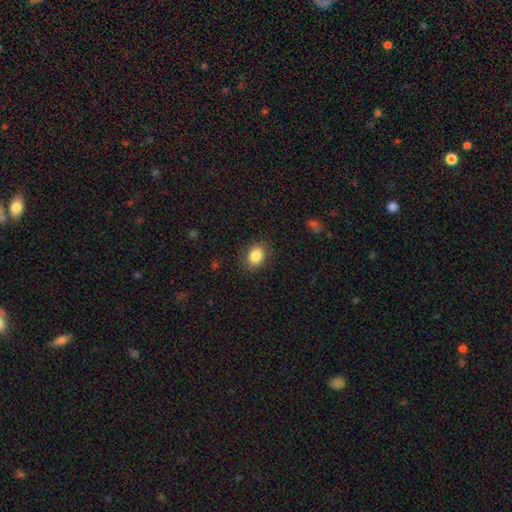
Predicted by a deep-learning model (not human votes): This appears to be a smooth galaxy with no disk features (85%) that is in between round and cigar-shaped (66%). Merging: none (84%).